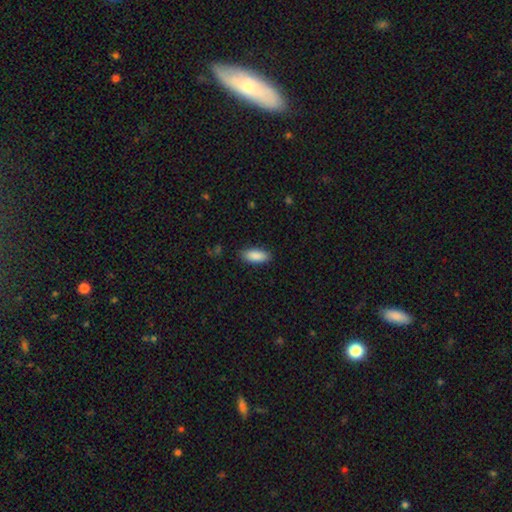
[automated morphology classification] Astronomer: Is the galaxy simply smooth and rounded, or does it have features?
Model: smooth — 89%.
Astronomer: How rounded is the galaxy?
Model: in between — 82%.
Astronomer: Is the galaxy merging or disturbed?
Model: none — 87%.